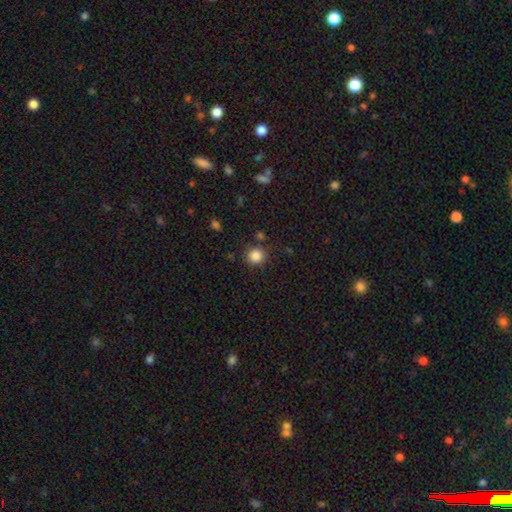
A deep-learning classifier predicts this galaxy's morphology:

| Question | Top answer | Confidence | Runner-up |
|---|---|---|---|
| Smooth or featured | smooth | 86% | star or artifact (11%) |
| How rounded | round | 90% | in between (9%) |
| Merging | none | 85% | minor disturbance (9%) |